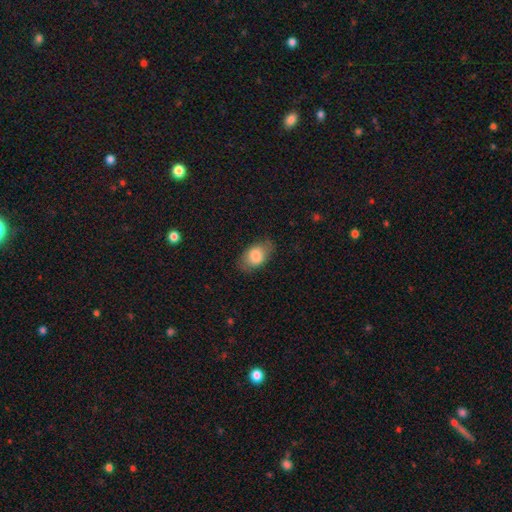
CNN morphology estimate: Smooth or featured: smooth — 79% (featured or disk — 14%)
How rounded: in between — 89% (round — 9%)
Merging: none — 79% (minor disturbance — 15%)